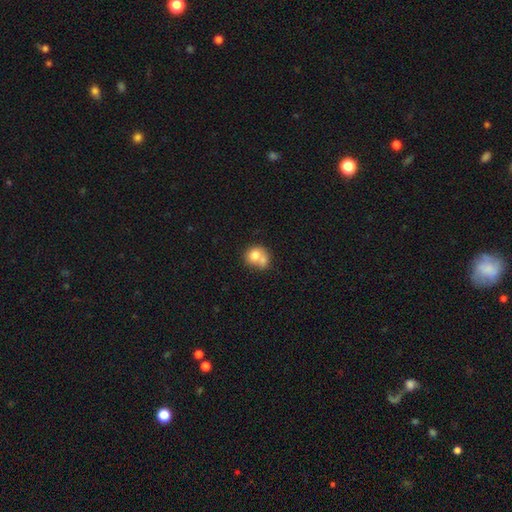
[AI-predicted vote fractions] Q: Smooth or featured?
A: smooth (73%); runner-up: featured or disk (19%)
Q: How rounded?
A: round (69%); runner-up: in between (30%)
Q: Merging?
A: merger (55%); runner-up: none (29%)